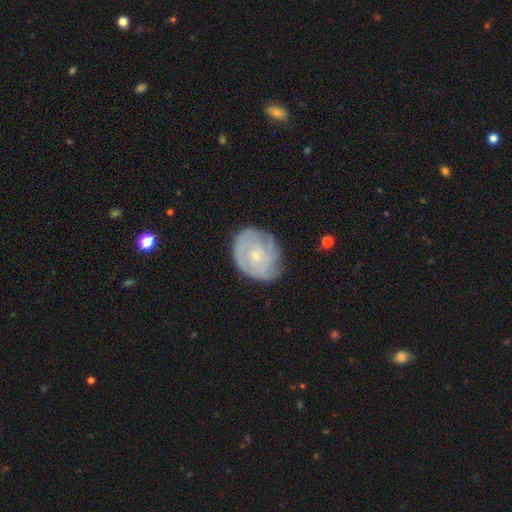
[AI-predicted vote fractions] This appears to be a featured or disk galaxy (57%) with no bar (84%), spiral arms (68%) and a small central bulge (74%). Merging: none (66%).